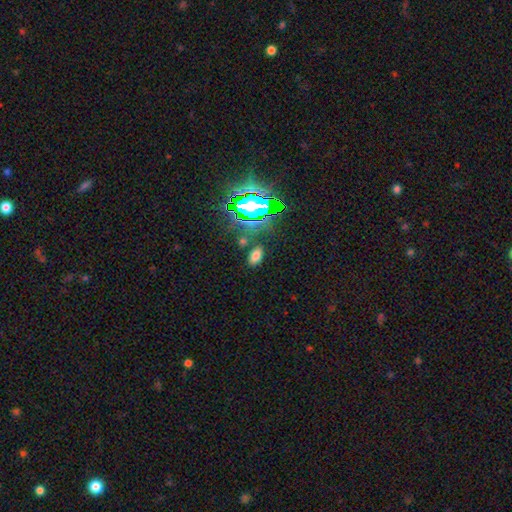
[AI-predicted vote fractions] Smooth or featured? Predicted: smooth (p=0.65). How rounded? Predicted: in between (p=0.90). Merging? Predicted: none (p=0.84).